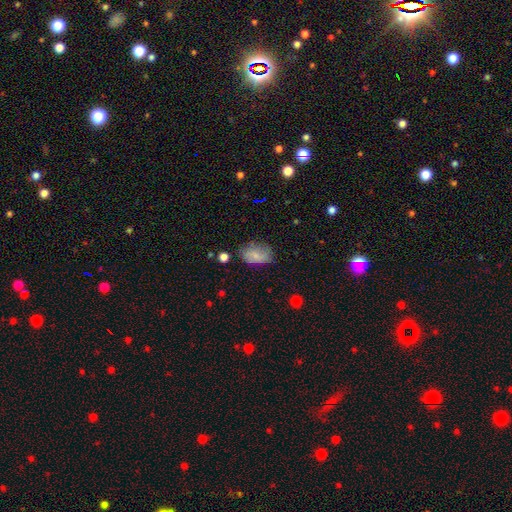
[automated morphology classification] Smooth or featured? smooth (74%)
How rounded? in between (89%)
Merging? none (62%)